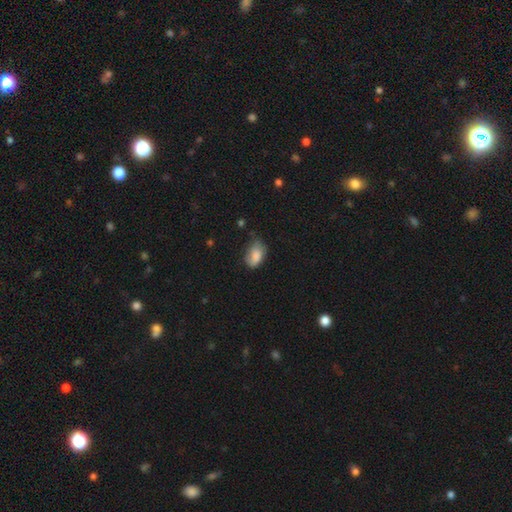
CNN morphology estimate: The model was most divided on "merging": none: 51%, minor disturbance: 37%, major disturbance: 10%, merger: 2%. More confident: how rounded — in between (88%); smooth or featured — smooth (82%).